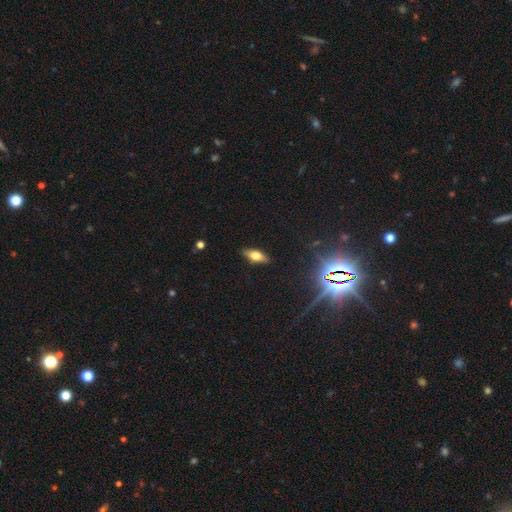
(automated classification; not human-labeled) This is possibly a smooth galaxy (54%). How rounded: likely in between (69%). Merging: clearly none (87%).